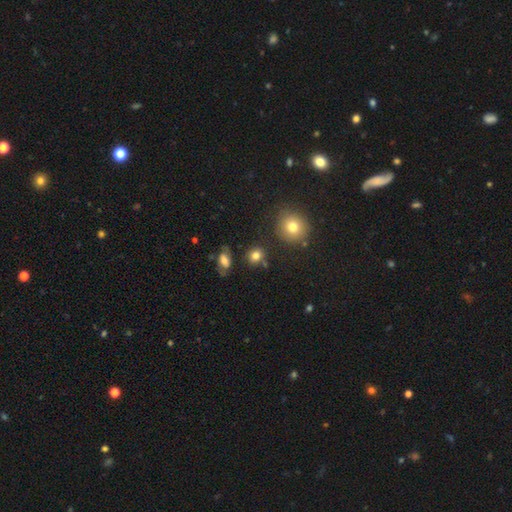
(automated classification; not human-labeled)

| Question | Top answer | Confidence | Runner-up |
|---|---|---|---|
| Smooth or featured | smooth | 80% | star or artifact (13%) |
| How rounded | round | 78% | in between (21%) |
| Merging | none | 82% | minor disturbance (10%) |